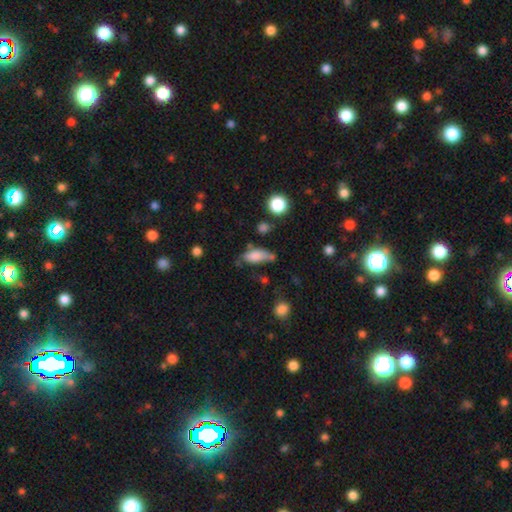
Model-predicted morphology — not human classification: This is likely a smooth galaxy (78%). How rounded: likely in between (78%). Merging: marginally none (45%).